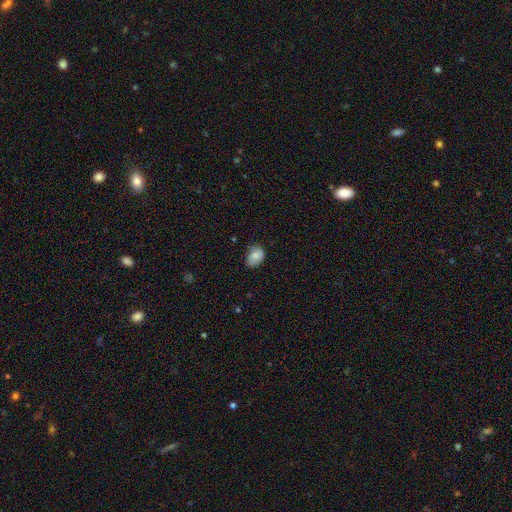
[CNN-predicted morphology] Smooth or featured?
  - smooth: 76% *
  - featured or disk: 16%
  - star or artifact: 8%
How rounded?
  - in between: 71% *
  - round: 28%
  - cigar-shaped: 1%
Merging?
  - none: 63% *
  - minor disturbance: 29%
  - major disturbance: 6%
  - merger: 1%